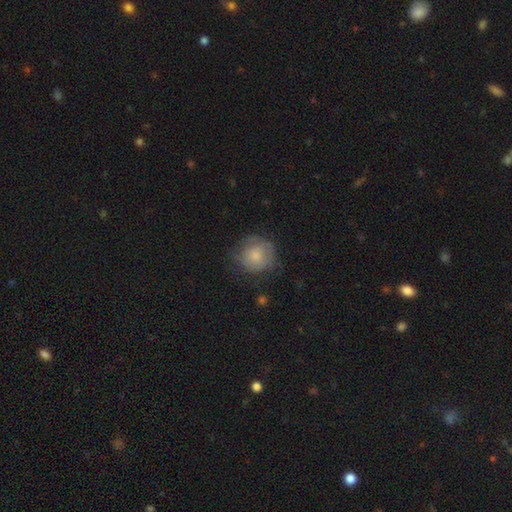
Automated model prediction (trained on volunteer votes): The model was most divided on "merging": none: 65%, minor disturbance: 23%, major disturbance: 10%, merger: 1%. More confident: how rounded — round (90%); smooth or featured — smooth (72%).